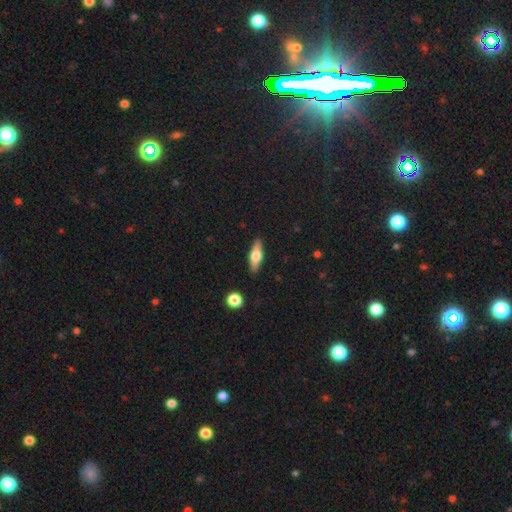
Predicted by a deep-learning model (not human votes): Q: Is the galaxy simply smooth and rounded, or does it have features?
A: smooth — 52%.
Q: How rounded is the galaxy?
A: in between — 51%.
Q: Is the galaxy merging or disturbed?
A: none — 88%.